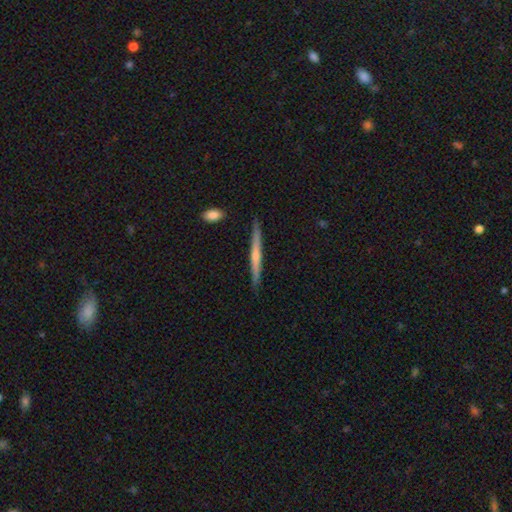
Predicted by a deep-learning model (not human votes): Overall: featured or disk (56%; smooth 38%). Edge-on disk: yes (97%). Edge-on bulge: rounded (55%; none 40%). Merging: none (87%).